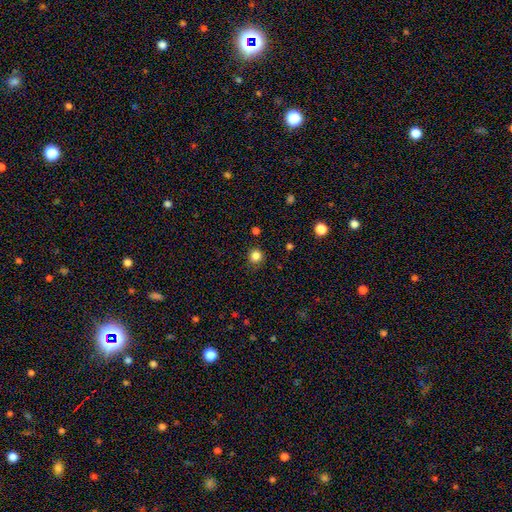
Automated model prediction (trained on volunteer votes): Overall: smooth (84%). How rounded: round (89%). Merging: none (84%).